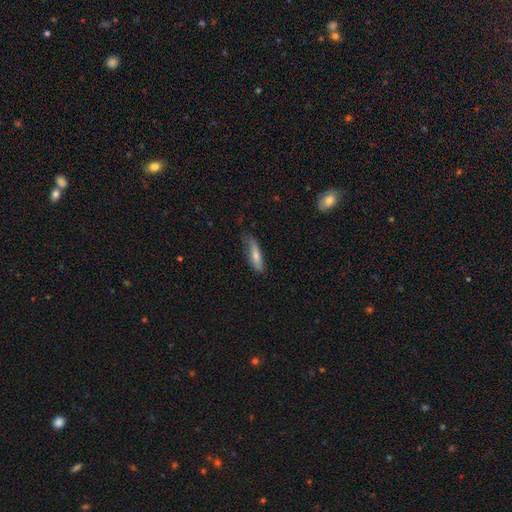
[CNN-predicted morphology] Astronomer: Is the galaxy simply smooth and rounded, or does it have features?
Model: smooth — 70%.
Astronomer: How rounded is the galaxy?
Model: cigar-shaped — 66%.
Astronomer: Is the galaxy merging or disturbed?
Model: none — 60%.